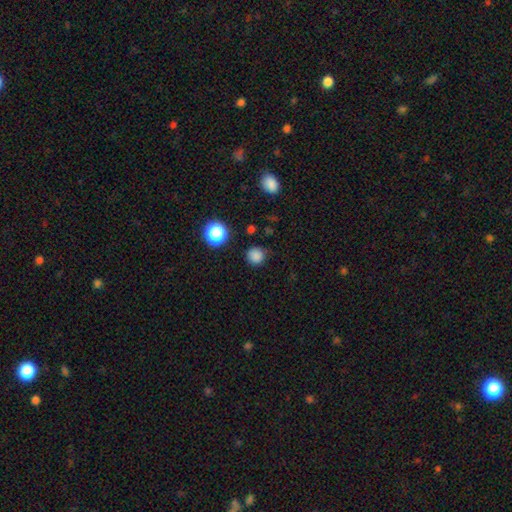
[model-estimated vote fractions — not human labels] Overall: smooth (81%). How rounded: round (93%). Merging: none (86%).